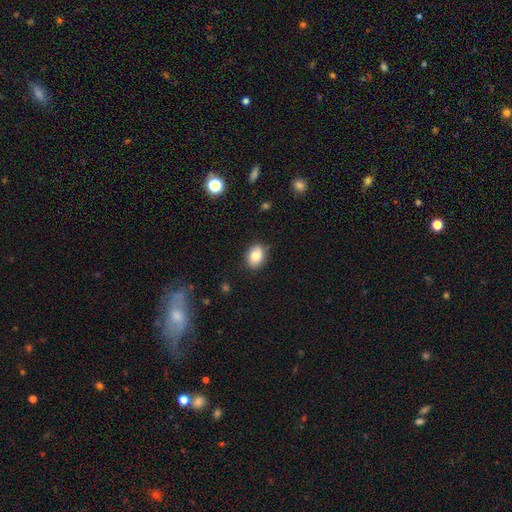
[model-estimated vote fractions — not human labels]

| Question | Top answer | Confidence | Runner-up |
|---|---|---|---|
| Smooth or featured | smooth | 80% | featured or disk (12%) |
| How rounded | in between | 68% | round (30%) |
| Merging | none | 81% | minor disturbance (14%) |